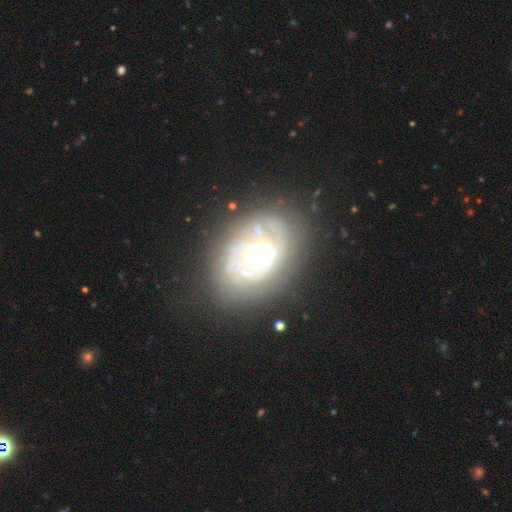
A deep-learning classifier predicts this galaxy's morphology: This appears to be a featured or disk galaxy (81%) with no bar (83%), tight (72%) spiral arms (71%) and a moderate central bulge (66%). Merging: none (73%).